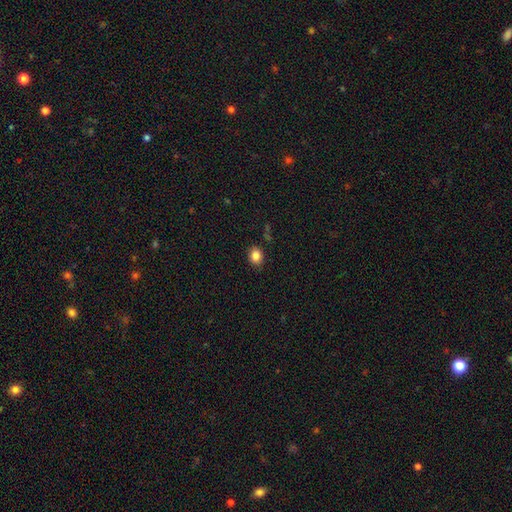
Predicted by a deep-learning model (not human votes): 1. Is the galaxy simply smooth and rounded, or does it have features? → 84% smooth, 10% star or artifact, 6% featured or disk.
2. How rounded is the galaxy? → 54% in between, 46% round, 1% cigar-shaped.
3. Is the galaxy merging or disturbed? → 86% none, 10% minor disturbance, 2% major disturbance, 2% merger.